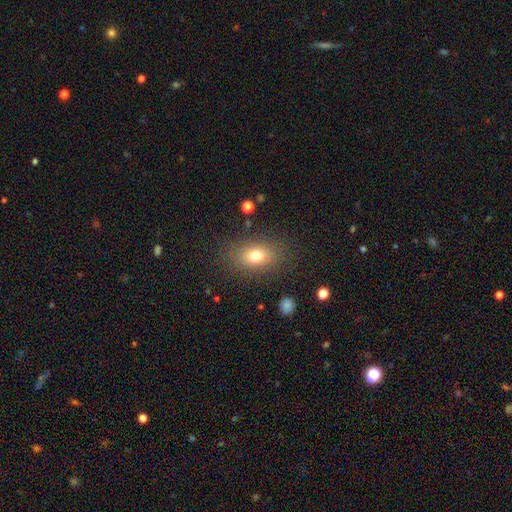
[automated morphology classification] Smooth or featured? Predicted: smooth (p=0.73). How rounded? Predicted: in between (p=0.73). Merging? Predicted: none (p=0.81).